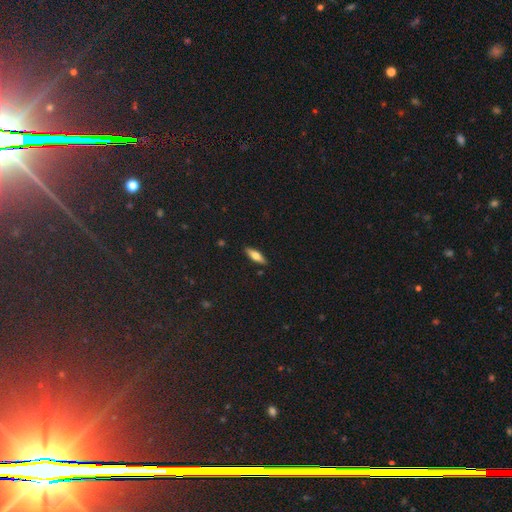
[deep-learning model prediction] A smooth galaxy with no disk features (58%) that is cigar-shaped (49%, tied with in between). Merging: none (89%).